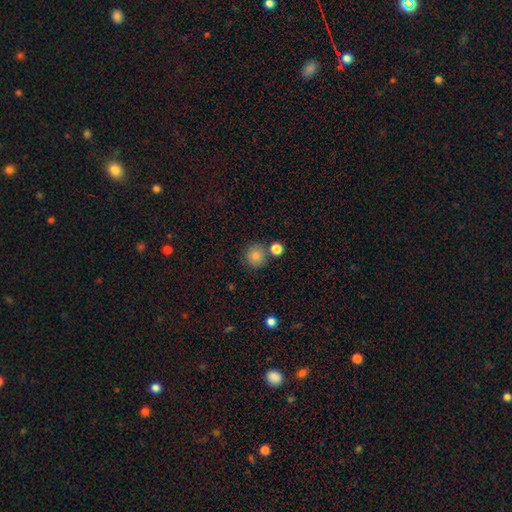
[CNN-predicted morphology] type=smooth (83%); roundness=round (93%); merging=none (77%).